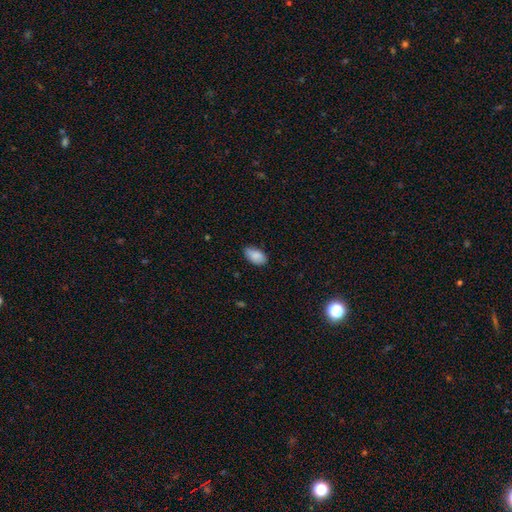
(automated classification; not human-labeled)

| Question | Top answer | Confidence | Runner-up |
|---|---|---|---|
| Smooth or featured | smooth | 87% | star or artifact (7%) |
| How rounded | in between | 94% | round (4%) |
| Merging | none | 74% | minor disturbance (22%) |